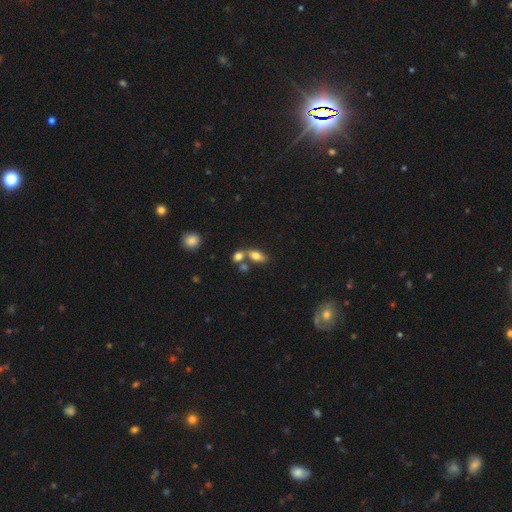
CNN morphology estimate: Smooth or featured?
  - smooth: 75% *
  - featured or disk: 16%
  - star or artifact: 10%
How rounded?
  - in between: 82% *
  - cigar-shaped: 11%
  - round: 8%
Merging?
  - none: 48% *
  - merger: 36%
  - minor disturbance: 11%
  - major disturbance: 5%